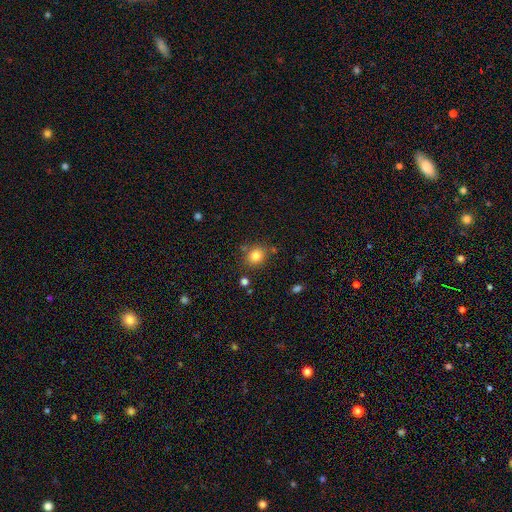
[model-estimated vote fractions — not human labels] smooth-or-featured: smooth: 83% | star or artifact: 11% | featured or disk: 6%
  how-rounded: round: 73% | in between: 26% | cigar-shaped: 1%
  merging: none: 77% | minor disturbance: 12% | merger: 6% | major disturbance: 4%